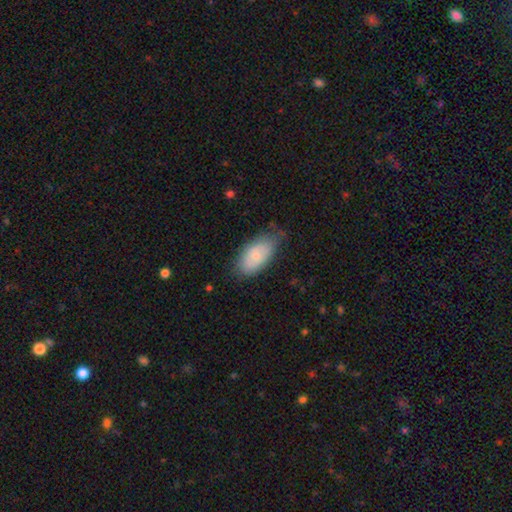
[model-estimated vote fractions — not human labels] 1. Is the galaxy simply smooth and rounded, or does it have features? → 66% smooth, 27% featured or disk, 7% star or artifact.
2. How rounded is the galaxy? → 92% in between, 4% round, 4% cigar-shaped.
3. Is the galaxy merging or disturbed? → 63% none, 28% minor disturbance, 7% major disturbance, 2% merger.